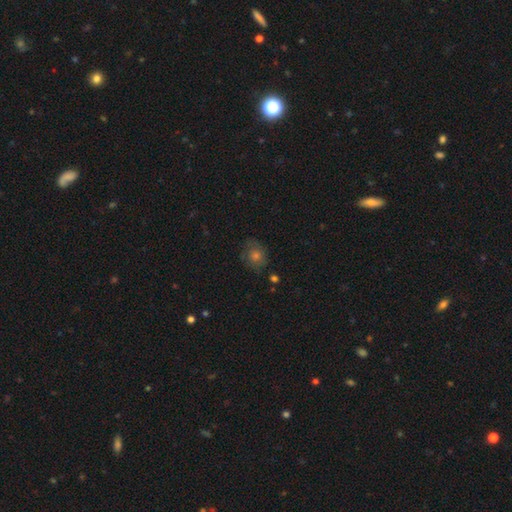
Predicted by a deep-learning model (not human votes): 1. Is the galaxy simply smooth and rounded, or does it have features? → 58% smooth, 22% star or artifact, 20% featured or disk.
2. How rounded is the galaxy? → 69% round, 30% in between, 1% cigar-shaped.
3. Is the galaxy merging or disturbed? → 76% none, 17% minor disturbance, 5% major disturbance, 2% merger.